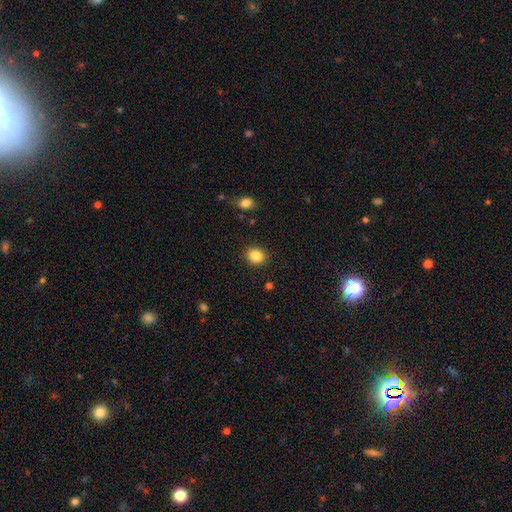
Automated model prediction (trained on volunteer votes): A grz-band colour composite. It shows a smooth galaxy with no disk features (85%) that is round (75%). Merging: none (90%).